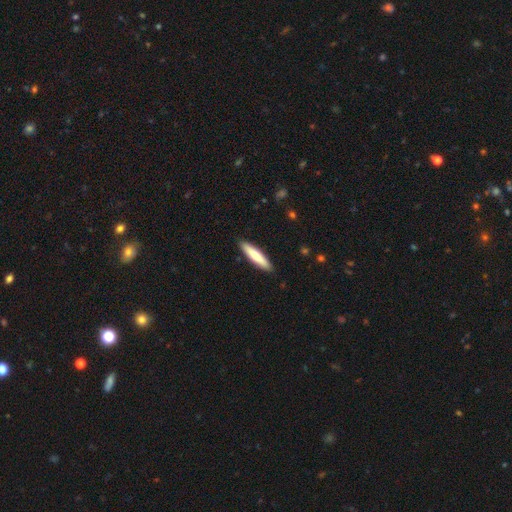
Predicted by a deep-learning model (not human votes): smooth_or_featured: smooth (p=0.77) [alt: featured or disk p=0.19]
how_rounded: cigar-shaped (p=0.81) [alt: in between p=0.17]
merging: none (p=0.90) [alt: minor disturbance p=0.08]